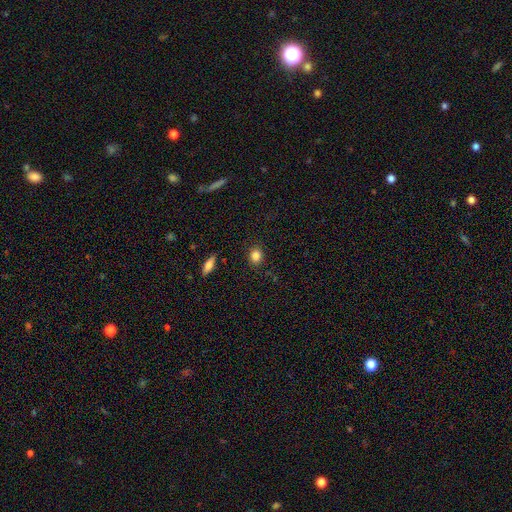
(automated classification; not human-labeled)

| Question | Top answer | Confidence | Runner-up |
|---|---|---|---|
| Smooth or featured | smooth | 85% | star or artifact (10%) |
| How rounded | round | 68% | in between (31%) |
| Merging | none | 88% | minor disturbance (8%) |